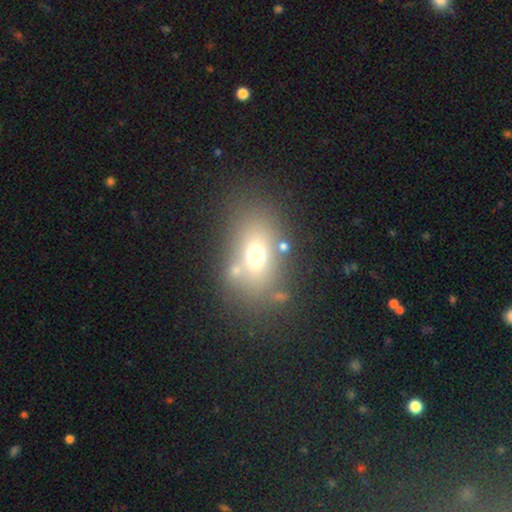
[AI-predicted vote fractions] The model was most divided on "smooth or featured": smooth: 64%, featured or disk: 20%, star or artifact: 16%. More confident: how rounded — in between (74%); merging — none (69%).